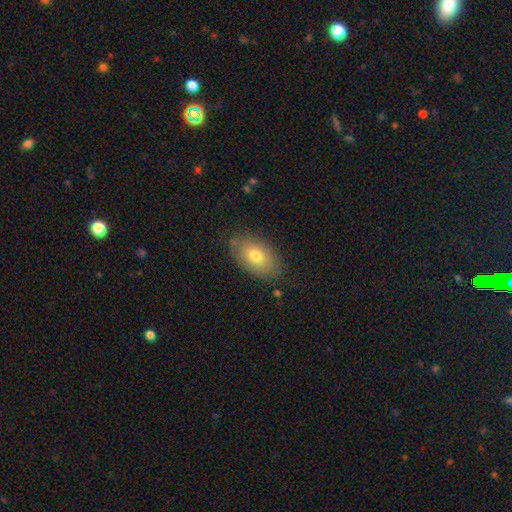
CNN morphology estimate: This appears to be a smooth galaxy with no disk features (73%) that is in between round and cigar-shaped (91%). Merging: none (80%).